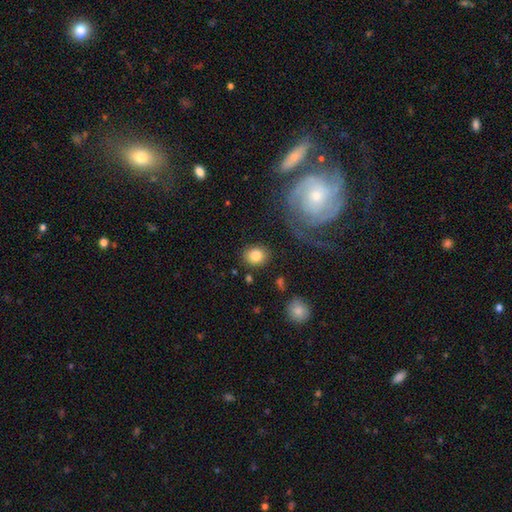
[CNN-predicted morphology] Smooth or featured: smooth — 82% (featured or disk — 9%)
How rounded: round — 68% (in between — 31%)
Merging: none — 85% (minor disturbance — 9%)